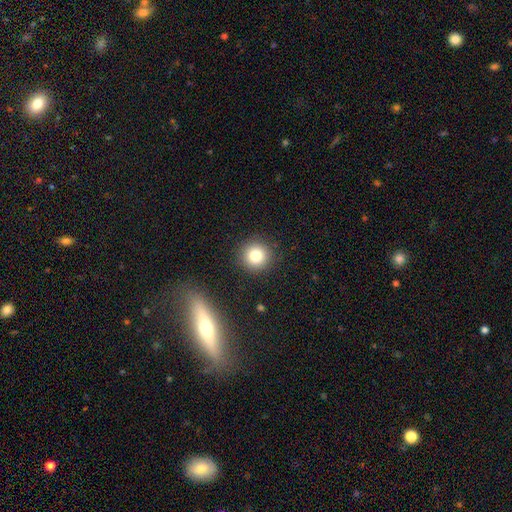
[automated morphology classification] This is likely a smooth galaxy (80%). How rounded: clearly round (94%). Merging: clearly none (90%).